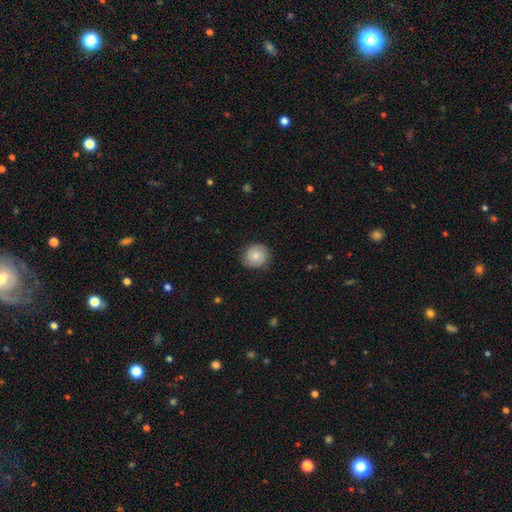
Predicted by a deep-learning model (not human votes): This is likely a smooth galaxy (70%). How rounded: clearly round (84%). Merging: clearly none (84%).